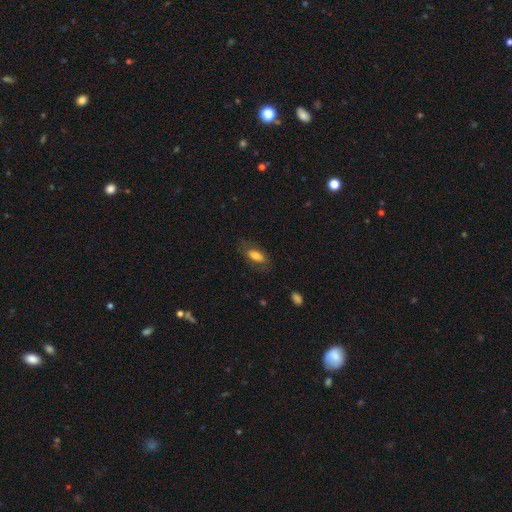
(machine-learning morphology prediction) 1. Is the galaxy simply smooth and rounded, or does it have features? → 72% smooth, 20% featured or disk, 7% star or artifact.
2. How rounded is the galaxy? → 84% in between, 13% cigar-shaped, 4% round.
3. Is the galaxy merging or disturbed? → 73% none, 17% minor disturbance, 8% major disturbance, 1% merger.